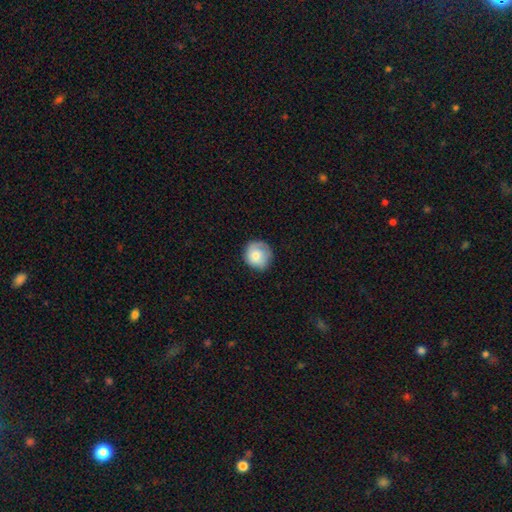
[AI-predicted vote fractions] Overall: smooth (70%). How rounded: round (87%). Merging: none (74%).